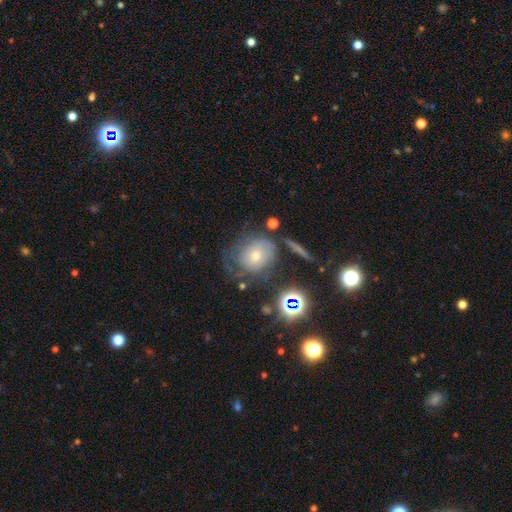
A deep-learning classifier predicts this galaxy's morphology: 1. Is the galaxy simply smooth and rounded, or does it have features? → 43% featured or disk, 41% smooth, 16% star or artifact.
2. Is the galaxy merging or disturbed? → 46% none, 24% minor disturbance, 24% major disturbance, 6% merger.